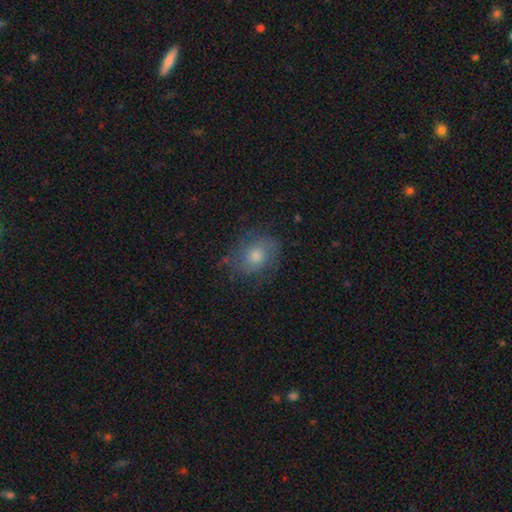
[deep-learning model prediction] Morphology: type=smooth (50%); merging=none (70%).